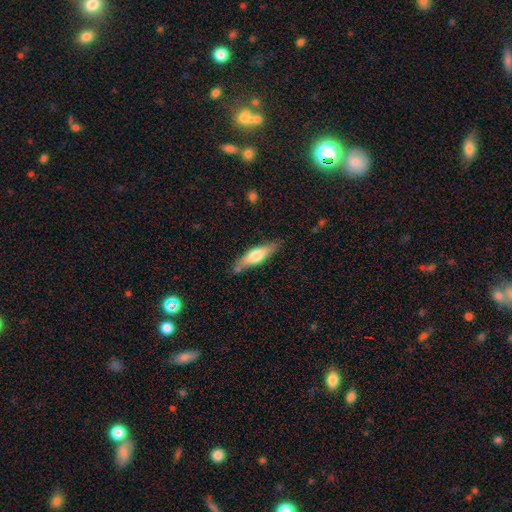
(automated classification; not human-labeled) Overall: smooth (53%; featured or disk 41%). How rounded: cigar-shaped (69%; in between 29%). Merging: none (78%).